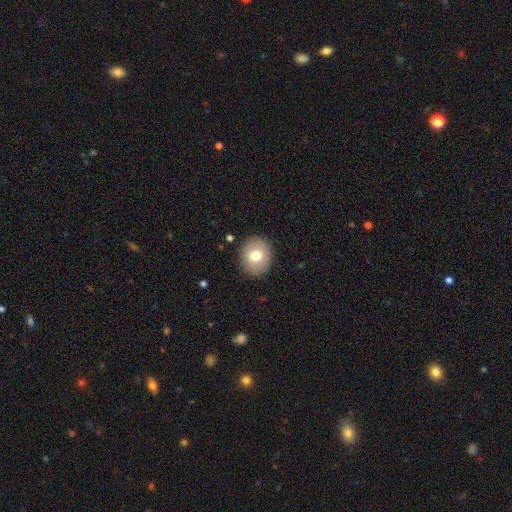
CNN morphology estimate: Smooth or featured? Predicted: smooth (p=0.73). How rounded? Predicted: round (p=0.71). Merging? Predicted: none (p=0.89).